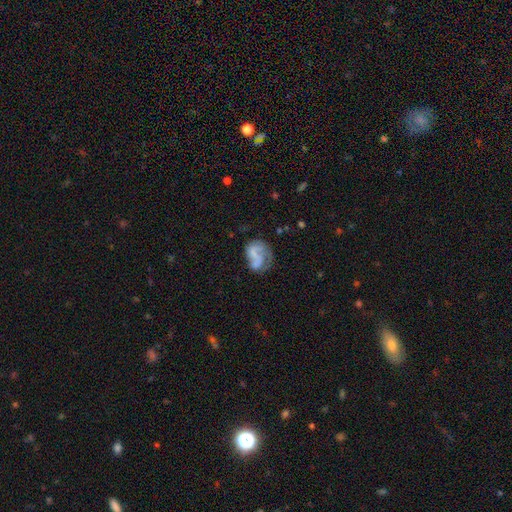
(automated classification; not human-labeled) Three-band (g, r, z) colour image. It shows a featured or disk galaxy (56%) with no bar (57%), spiral arms (68%) and no central bulge (63%). Merging: none (36%).